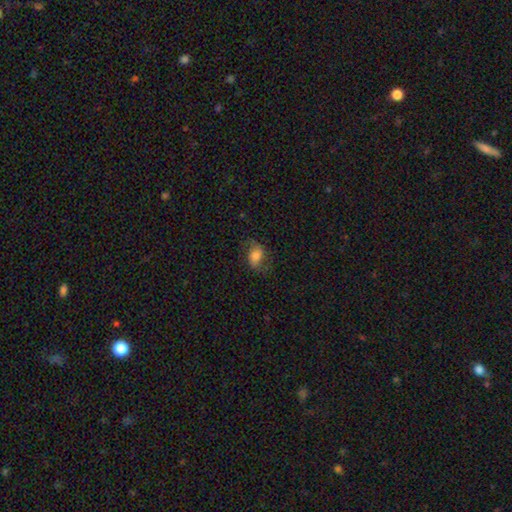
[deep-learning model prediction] This is possibly a smooth galaxy (52%). How rounded: likely in between (75%). Merging: likely none (64%).